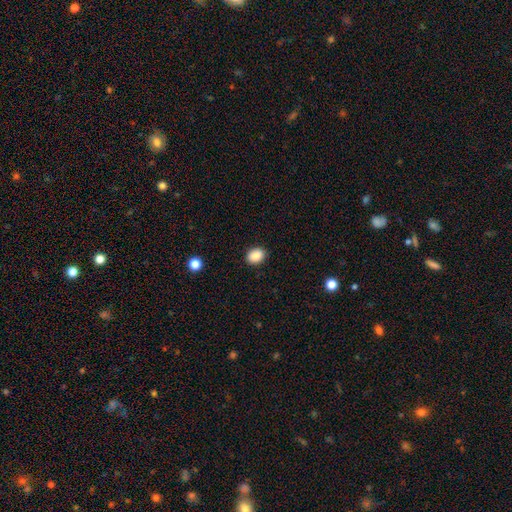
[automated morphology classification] Q: Smooth or featured?
A: smooth (88%); runner-up: star or artifact (8%)
Q: How rounded?
A: in between (63%); runner-up: round (36%)
Q: Merging?
A: none (90%); runner-up: minor disturbance (7%)